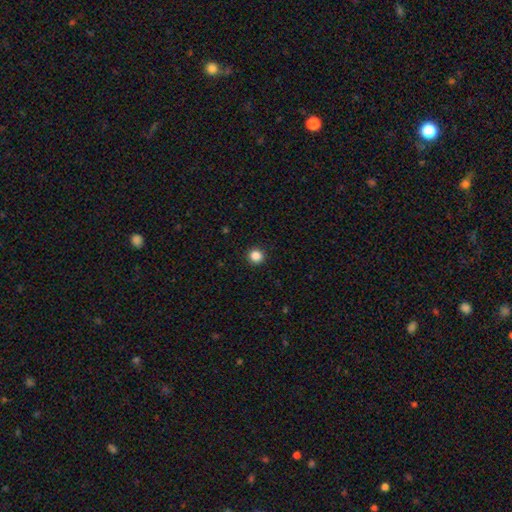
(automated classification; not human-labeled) A smooth galaxy with no disk features (86%) that is round (95%). Merging: none (93%).